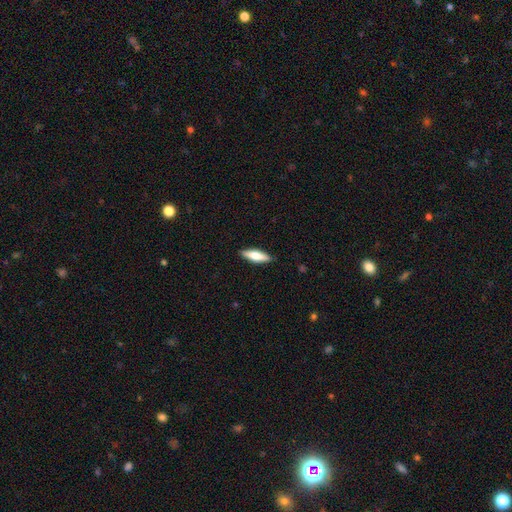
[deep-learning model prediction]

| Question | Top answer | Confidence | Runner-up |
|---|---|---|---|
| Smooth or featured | smooth | 63% | featured or disk (31%) |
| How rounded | cigar-shaped | 57% | in between (41%) |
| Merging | none | 88% | minor disturbance (9%) |